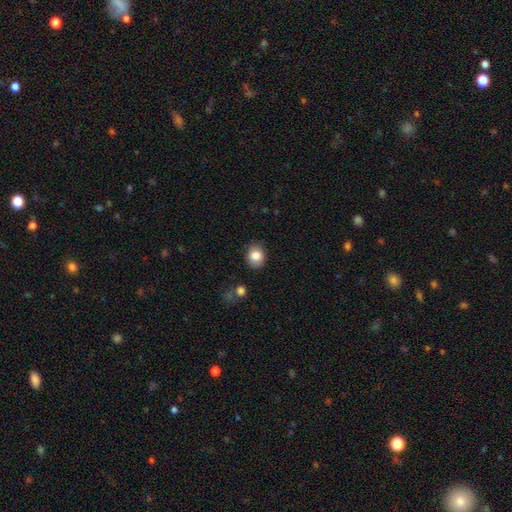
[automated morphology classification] The model was most divided on "how rounded": round: 63%, in between: 36%, cigar-shaped: 1%. More confident: smooth or featured — smooth (84%); merging — none (83%).